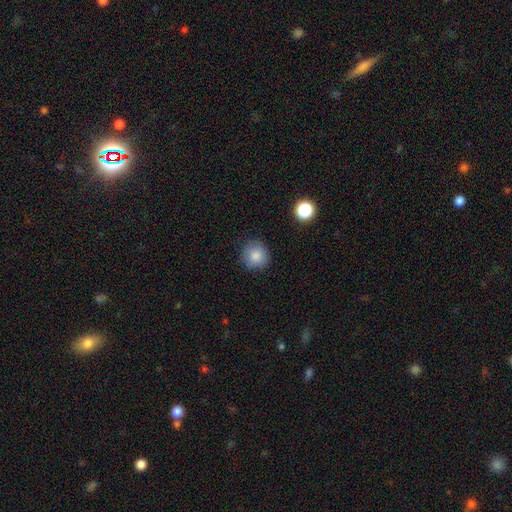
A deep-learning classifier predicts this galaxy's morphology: Smooth or featured? smooth (85%)
How rounded? round (92%)
Merging? none (86%)